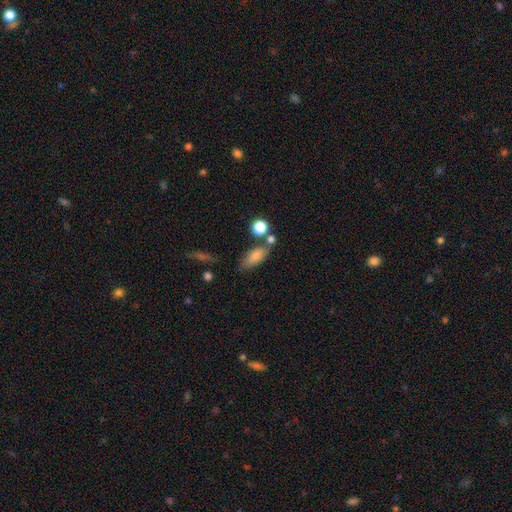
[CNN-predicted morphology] Smooth or featured?
  - smooth: 80% *
  - featured or disk: 12%
  - star or artifact: 9%
How rounded?
  - in between: 79% *
  - cigar-shaped: 15%
  - round: 6%
Merging?
  - none: 59% *
  - minor disturbance: 17%
  - merger: 17%
  - major disturbance: 6%